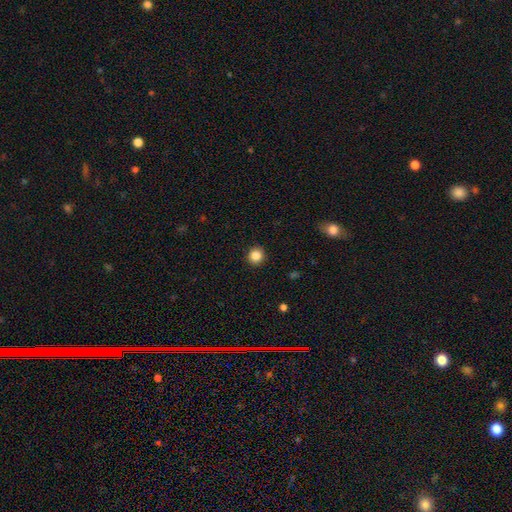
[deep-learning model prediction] smooth-or-featured: smooth: 85% | star or artifact: 11% | featured or disk: 4%
  how-rounded: round: 93% | in between: 6% | cigar-shaped: 1%
  merging: none: 93% | minor disturbance: 5% | major disturbance: 2% | merger: 1%